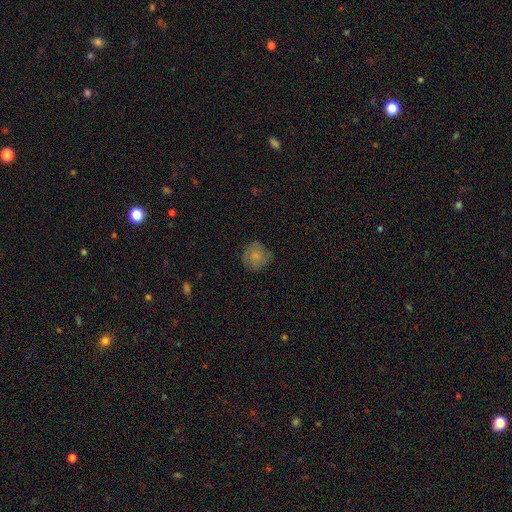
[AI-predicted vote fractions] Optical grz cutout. It shows a smooth galaxy with no disk features (73%) that is round (87%). Merging: none (73%).